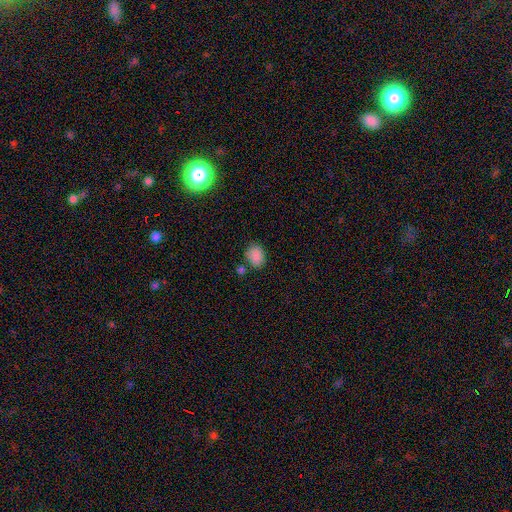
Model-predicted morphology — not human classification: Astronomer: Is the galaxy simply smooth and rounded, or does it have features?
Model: smooth — 86%.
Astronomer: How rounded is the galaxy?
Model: in between — 64%.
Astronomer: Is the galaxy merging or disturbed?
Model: none — 70%.